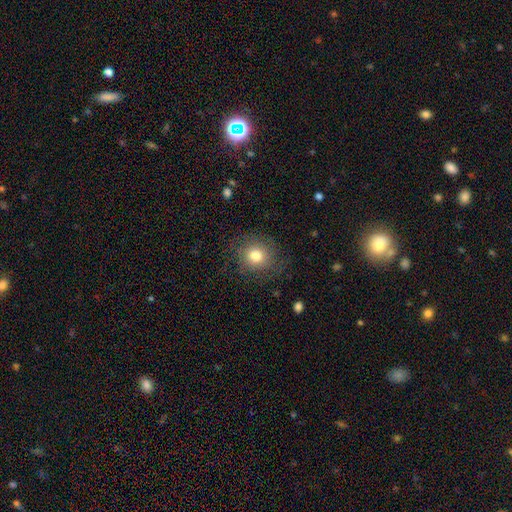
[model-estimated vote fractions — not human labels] A smooth galaxy with no disk features (78%) that is round (84%).

Vote fractions:
- Smooth or featured? smooth: 78% / featured or disk: 12% / star or artifact: 10%
- How rounded? round: 84% / in between: 15% / cigar-shaped: 1%
- Merging? none: 80% / minor disturbance: 13% / major disturbance: 6% / merger: 1%